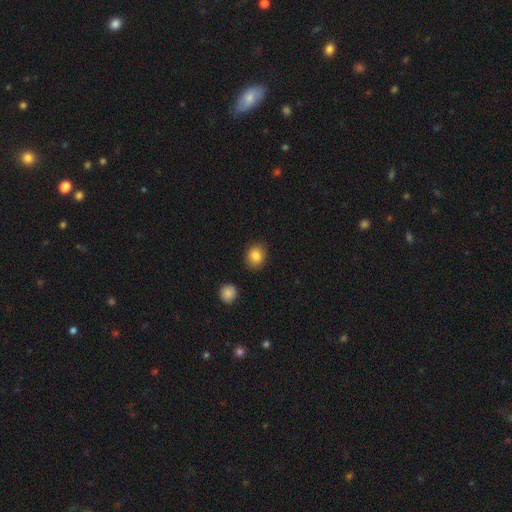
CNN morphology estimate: Overall: smooth (84%). How rounded: round (71%). Merging: none (88%).